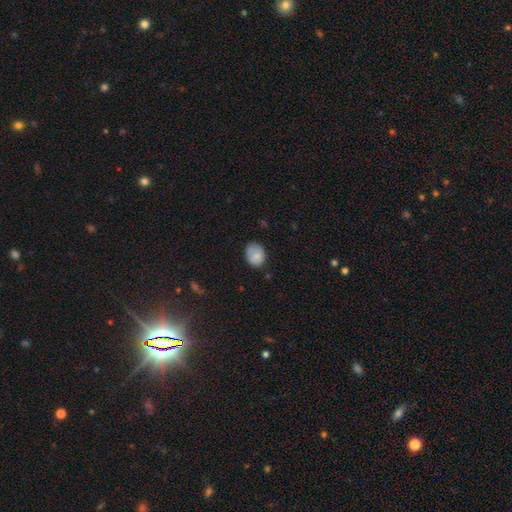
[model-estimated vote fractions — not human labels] Morphology: type=smooth (80%); roundness=in between (50%); merging=none (63%).